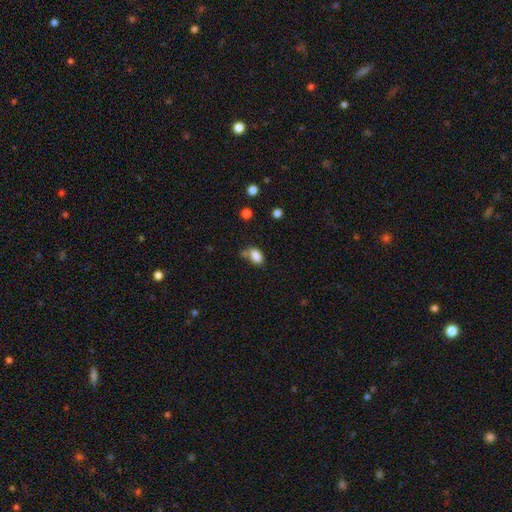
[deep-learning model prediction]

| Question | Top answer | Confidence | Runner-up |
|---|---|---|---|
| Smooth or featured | smooth | 84% | star or artifact (10%) |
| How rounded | in between | 86% | round (12%) |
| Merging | none | 52% | minor disturbance (24%) |